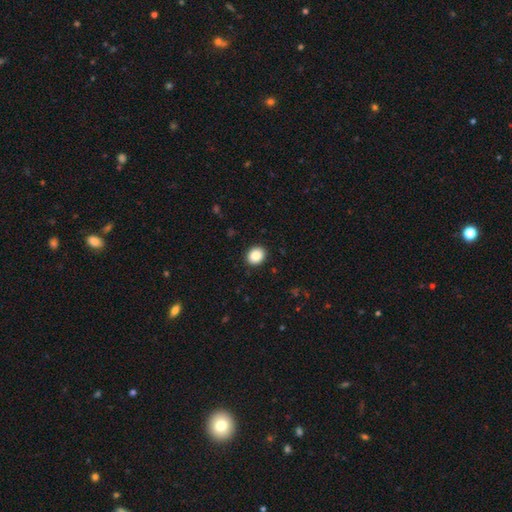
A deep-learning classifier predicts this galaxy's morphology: This appears to be a smooth galaxy with no disk features (88%) that is round (64%). Merging: none (92%).